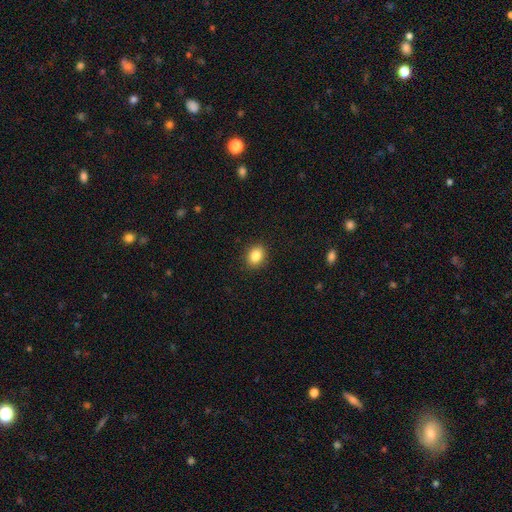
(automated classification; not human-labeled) Morphology: type=smooth (85%); roundness=in between (55%); merging=none (90%).